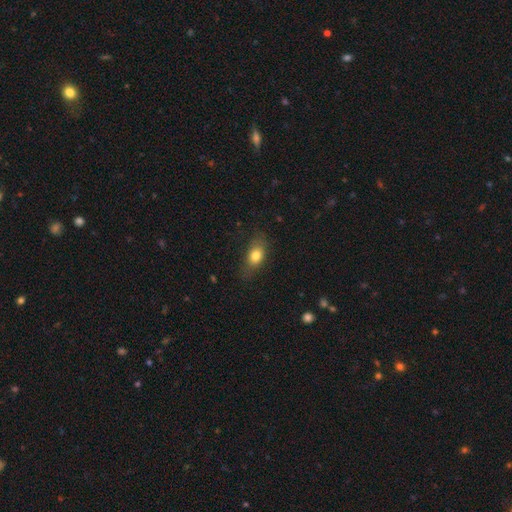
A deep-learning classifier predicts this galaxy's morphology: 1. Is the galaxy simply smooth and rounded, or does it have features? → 78% smooth, 14% featured or disk, 9% star or artifact.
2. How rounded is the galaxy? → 79% in between, 15% round, 6% cigar-shaped.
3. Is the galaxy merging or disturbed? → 75% none, 18% minor disturbance, 6% major disturbance, 1% merger.